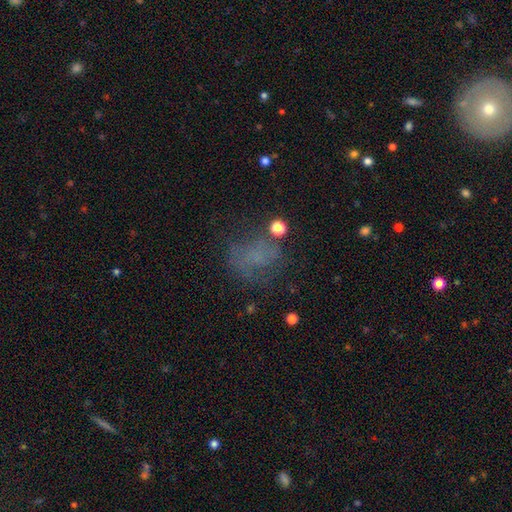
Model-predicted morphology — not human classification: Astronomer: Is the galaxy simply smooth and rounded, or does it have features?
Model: smooth — 43% (runner-up: featured or disk, 30%).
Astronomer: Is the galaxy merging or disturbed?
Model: none — 48% (runner-up: major disturbance, 25%).